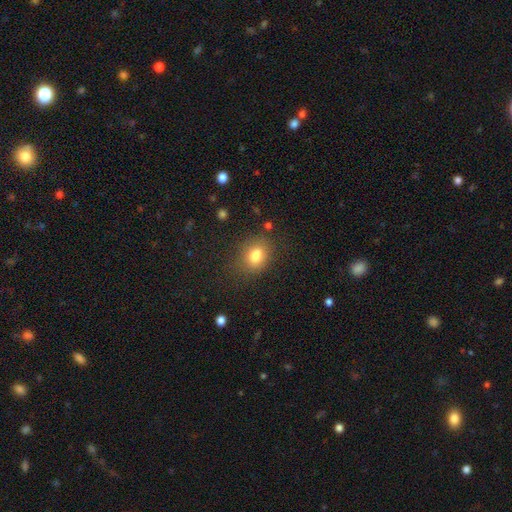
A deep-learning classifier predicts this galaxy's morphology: smooth 79%, star or artifact 11%, featured or disk 9%. Down the decision tree: how rounded — in between (60%); merging — none (77%).